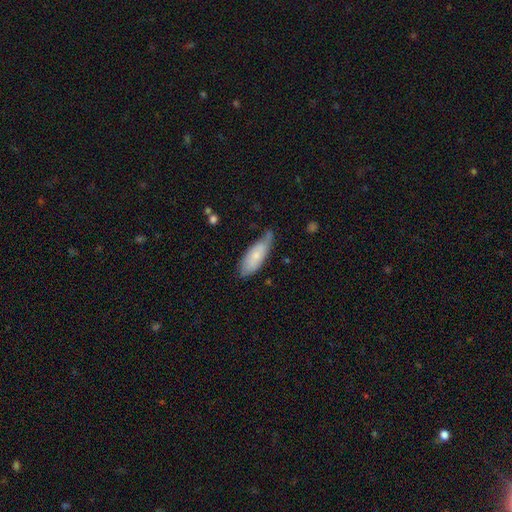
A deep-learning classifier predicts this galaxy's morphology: Smooth or featured?
  - smooth: 68% *
  - featured or disk: 26%
  - star or artifact: 6%
How rounded?
  - in between: 69% *
  - cigar-shaped: 29%
  - round: 2%
Merging?
  - none: 52% *
  - minor disturbance: 37%
  - major disturbance: 8%
  - merger: 3%